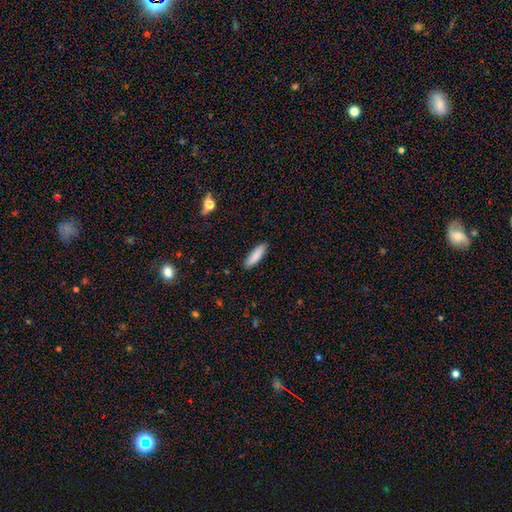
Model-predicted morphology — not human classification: Smooth or featured? smooth (87%)
How rounded? cigar-shaped (63%)
Merging? none (89%)